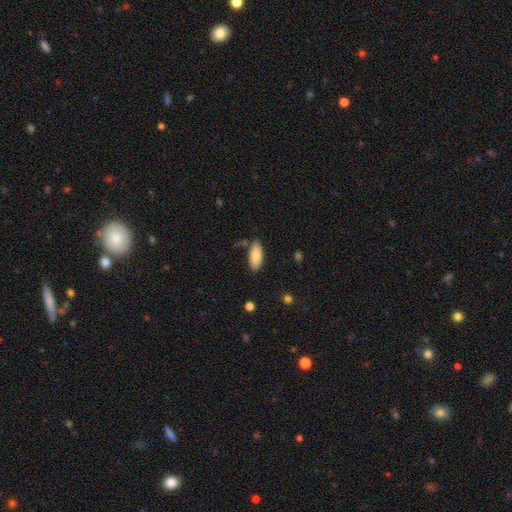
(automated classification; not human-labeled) A smooth galaxy with no disk features (85%) that is in between round and cigar-shaped (82%).

Vote fractions:
- Smooth or featured? smooth: 85% / featured or disk: 9% / star or artifact: 6%
- How rounded? in between: 82% / cigar-shaped: 16% / round: 2%
- Merging? none: 79% / minor disturbance: 14% / merger: 4% / major disturbance: 3%